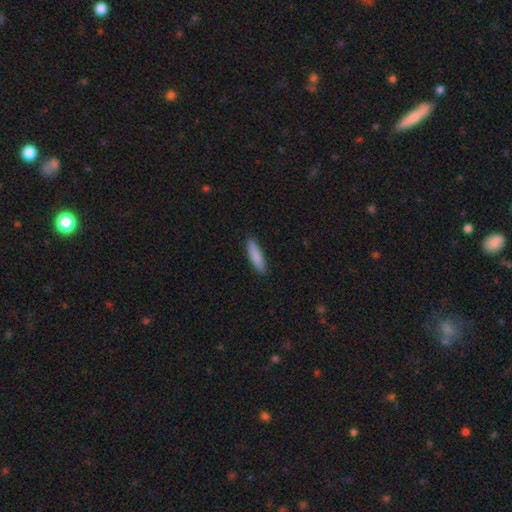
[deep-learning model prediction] Smooth or featured? Predicted: smooth (p=0.85). How rounded? Predicted: cigar-shaped (p=0.76). Merging? Predicted: none (p=0.88).